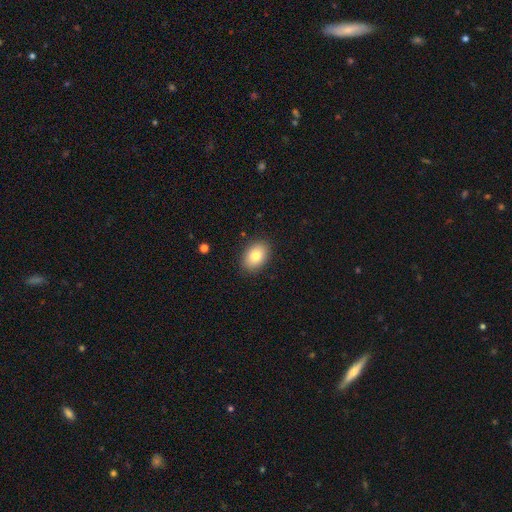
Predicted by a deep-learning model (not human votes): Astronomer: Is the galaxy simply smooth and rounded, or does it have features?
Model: smooth — 80%.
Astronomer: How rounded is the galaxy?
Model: in between — 79%.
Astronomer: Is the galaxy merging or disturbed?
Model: none — 88%.